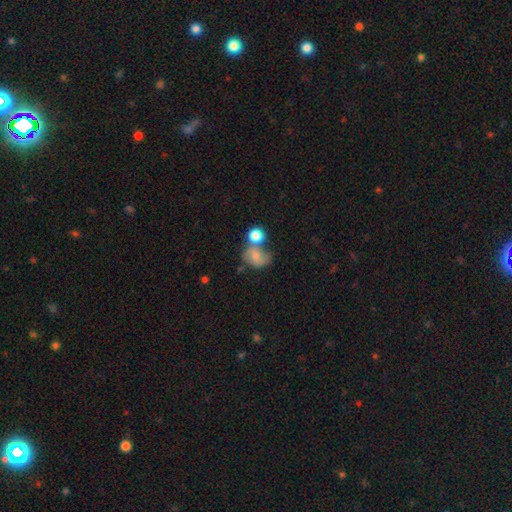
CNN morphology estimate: Overall: smooth (57%; featured or disk 32%). How rounded: in between (50%; round 49%). Merging: merger (36%; none 34%).